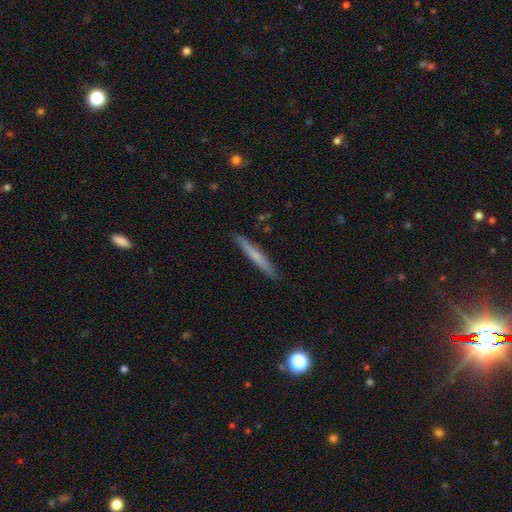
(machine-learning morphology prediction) A smooth galaxy with no disk features (56%) that is cigar-shaped (96%).

Vote fractions:
- Smooth or featured? smooth: 56% / featured or disk: 38% / star or artifact: 6%
- How rounded? cigar-shaped: 96% / in between: 3% / round: 1%
- Merging? none: 89% / minor disturbance: 8% / major disturbance: 1% / merger: 1%